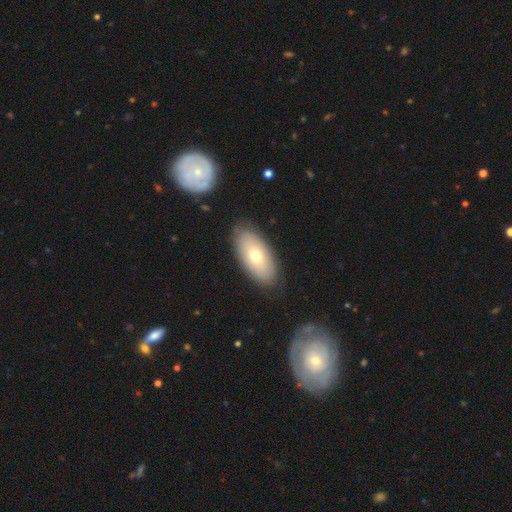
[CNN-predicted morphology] smooth-or-featured: smooth: 64% | featured or disk: 30% | star or artifact: 7%
  how-rounded: in between: 92% | cigar-shaped: 5% | round: 3%
  merging: none: 84% | minor disturbance: 11% | major disturbance: 3% | merger: 2%